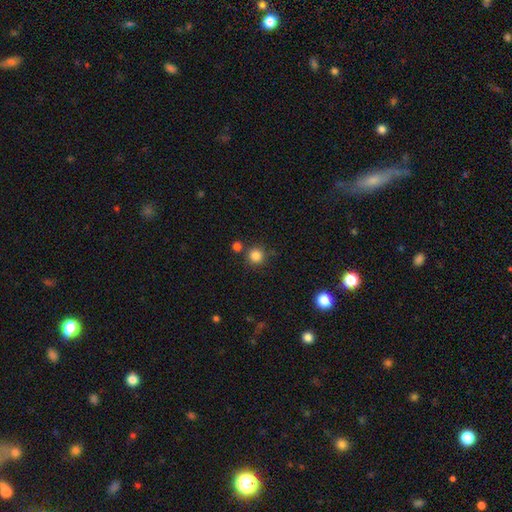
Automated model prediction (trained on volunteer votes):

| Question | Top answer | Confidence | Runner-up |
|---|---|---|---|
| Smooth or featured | smooth | 84% | star or artifact (12%) |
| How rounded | round | 94% | in between (5%) |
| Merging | none | 79% | merger (10%) |